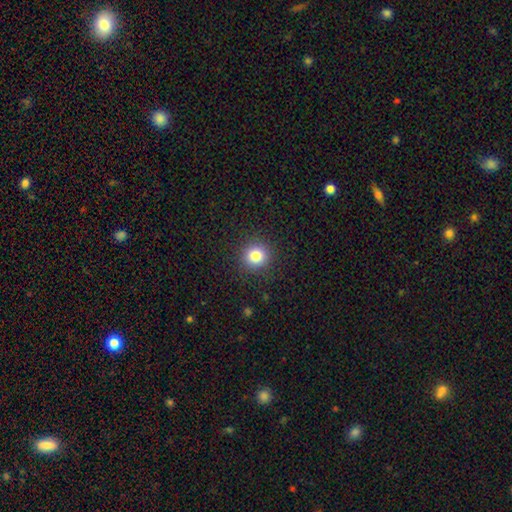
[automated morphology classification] smooth_or_featured: smooth (p=0.82) [alt: star or artifact p=0.12]
how_rounded: round (p=0.92) [alt: in between p=0.07]
merging: none (p=0.90) [alt: minor disturbance p=0.06]